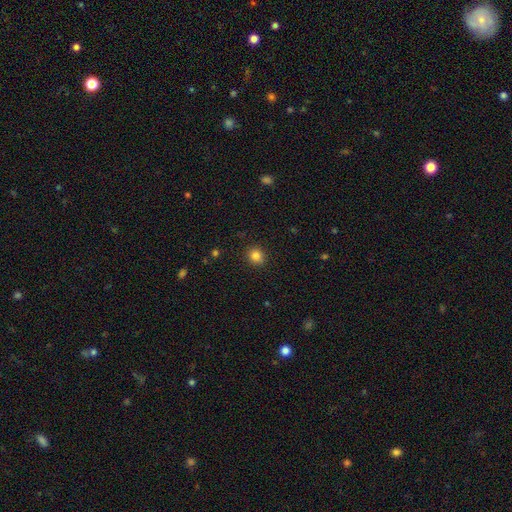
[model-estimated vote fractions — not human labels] Morphology: type=smooth (84%); roundness=round (80%); merging=none (89%).